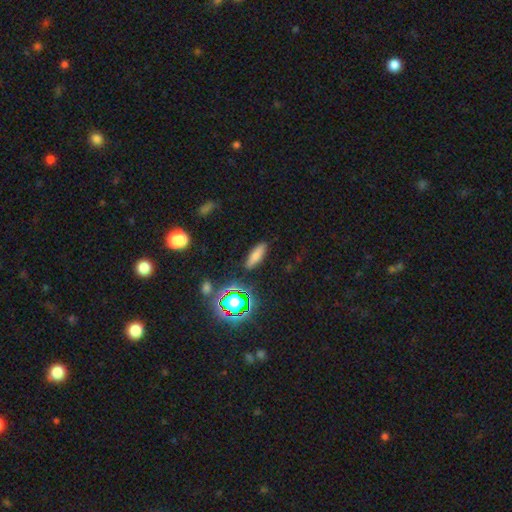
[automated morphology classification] Smooth or featured: smooth — 70% (star or artifact — 17%)
How rounded: in between — 48% (cigar-shaped — 47%)
Merging: none — 87% (minor disturbance — 9%)